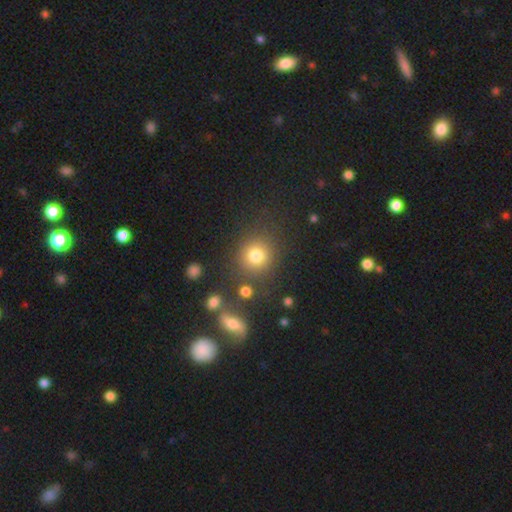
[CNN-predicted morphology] The model was most divided on "smooth or featured": smooth: 78%, star or artifact: 14%, featured or disk: 8%. More confident: how rounded — round (89%); merging — none (79%).